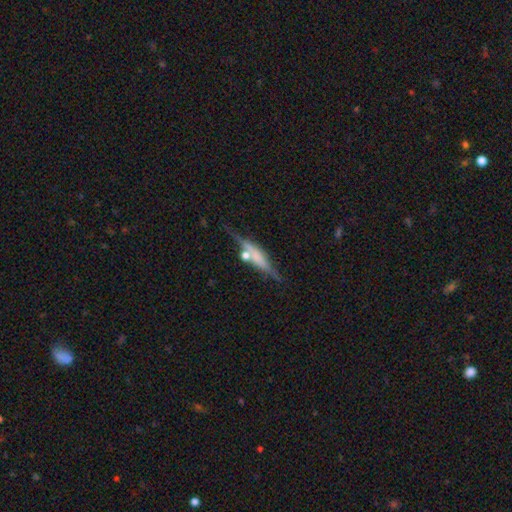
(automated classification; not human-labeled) smooth_or_featured: featured or disk (p=0.61) [alt: smooth p=0.30]
disk_edge_on: yes (p=0.93) [alt: no p=0.07]
edge_on_bulge: rounded (p=0.52) [alt: boxy p=0.25]
merging: none (p=0.66) [alt: minor disturbance p=0.16]